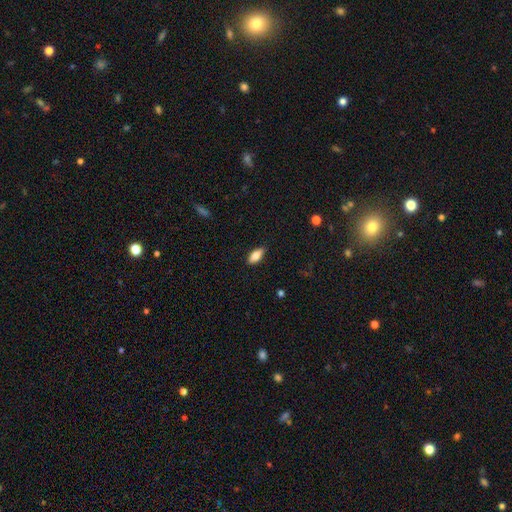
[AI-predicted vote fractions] This appears to be a smooth galaxy with no disk features (77%) that is in between round and cigar-shaped (85%). Merging: none (86%).